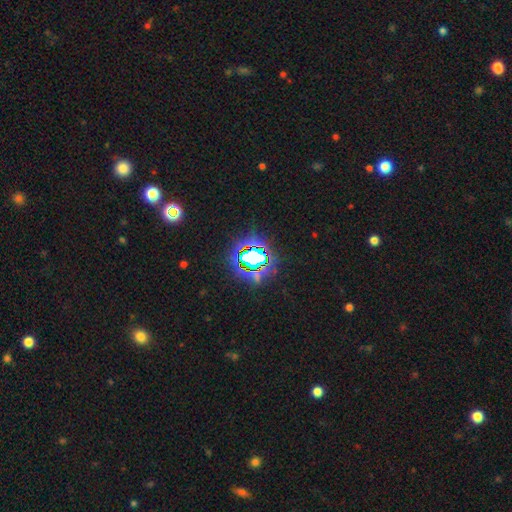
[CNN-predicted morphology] smooth_or_featured: star or artifact (p=0.69) [alt: smooth p=0.19]